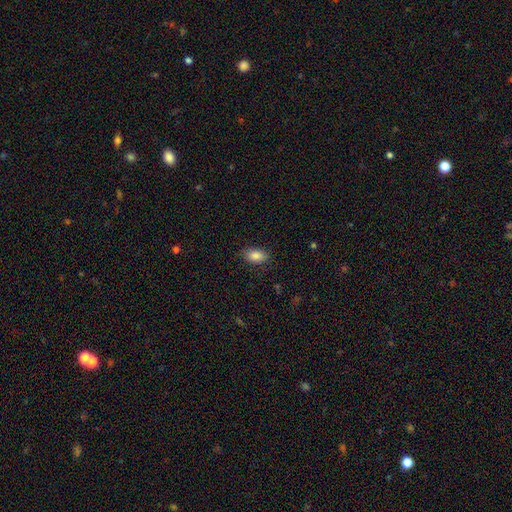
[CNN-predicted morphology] smooth-or-featured: smooth: 87% | star or artifact: 8% | featured or disk: 6%
  how-rounded: in between: 91% | round: 6% | cigar-shaped: 3%
  merging: none: 86% | minor disturbance: 10% | major disturbance: 3% | merger: 1%